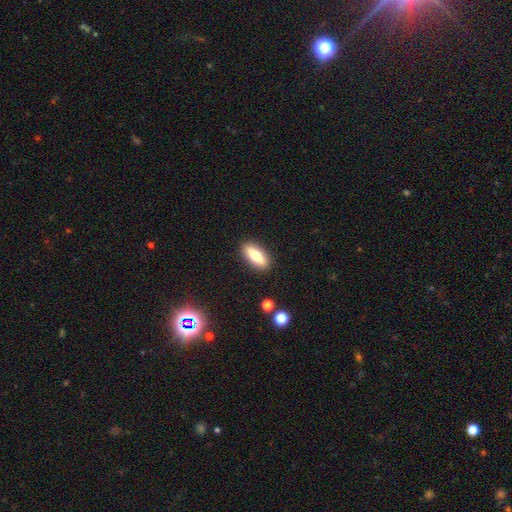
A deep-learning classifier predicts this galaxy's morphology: A smooth galaxy with no disk features (65%) that is in between round and cigar-shaped (63%).

Vote fractions:
- Smooth or featured? smooth: 65% / featured or disk: 28% / star or artifact: 7%
- How rounded? in between: 63% / cigar-shaped: 34% / round: 3%
- Merging? none: 89% / minor disturbance: 8% / major disturbance: 2% / merger: 1%